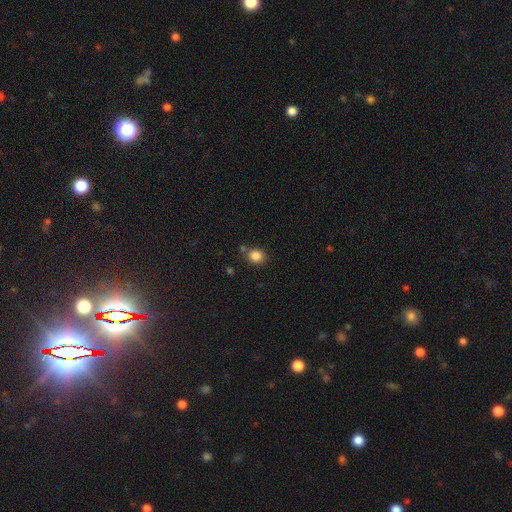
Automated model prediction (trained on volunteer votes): This is clearly a smooth galaxy (85%). How rounded: likely round (67%). Merging: likely none (73%).